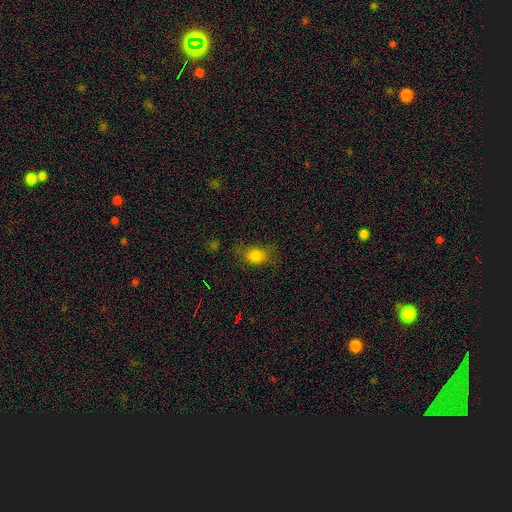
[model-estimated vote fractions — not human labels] smooth-or-featured: smooth: 79% | star or artifact: 14% | featured or disk: 7%
  how-rounded: in between: 59% | round: 39% | cigar-shaped: 2%
  merging: none: 64% | minor disturbance: 23% | major disturbance: 10% | merger: 2%